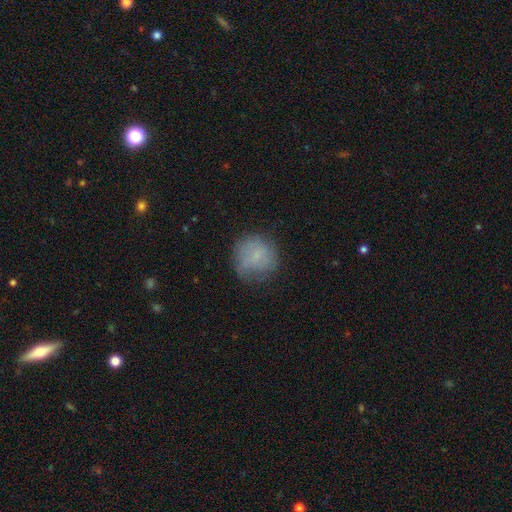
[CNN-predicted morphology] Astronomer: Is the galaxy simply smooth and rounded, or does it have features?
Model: smooth — 68%.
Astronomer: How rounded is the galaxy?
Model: round — 87%.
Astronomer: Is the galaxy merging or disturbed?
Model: none — 58%.